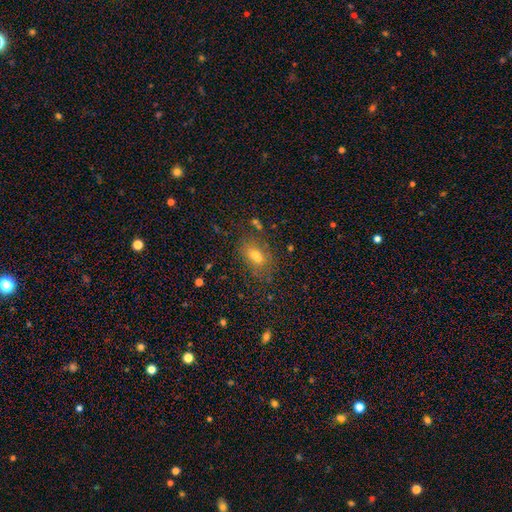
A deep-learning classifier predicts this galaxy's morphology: Smooth or featured? Predicted: smooth (p=0.61). How rounded? Predicted: in between (p=0.76). Merging? Predicted: none (p=0.59).